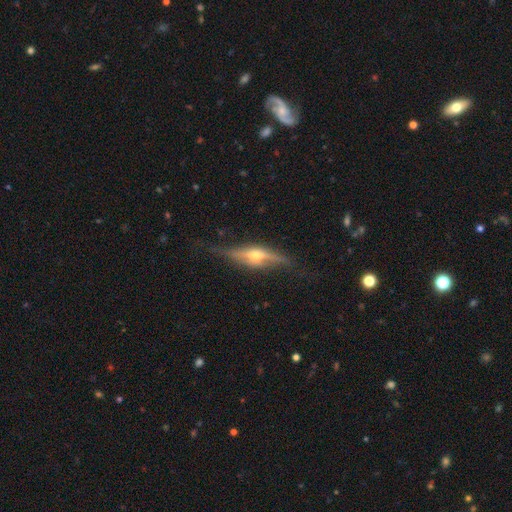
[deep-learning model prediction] This is likely a featured or disk galaxy (77%). It is clearly viewed edge-on (92%). Edge-on bulge: clearly rounded (89%). Merging: likely none (75%).